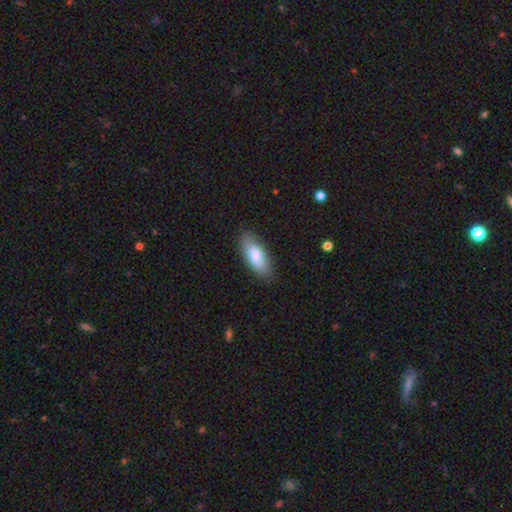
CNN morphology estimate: A smooth galaxy with no disk features (82%) that is in between round and cigar-shaped (81%). Merging: none (81%).